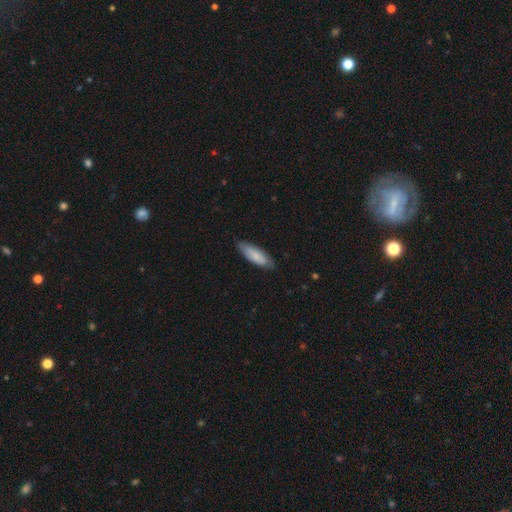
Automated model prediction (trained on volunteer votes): Smooth or featured? Predicted: smooth (p=0.79). How rounded? Predicted: in between (p=0.55). Merging? Predicted: none (p=0.80).